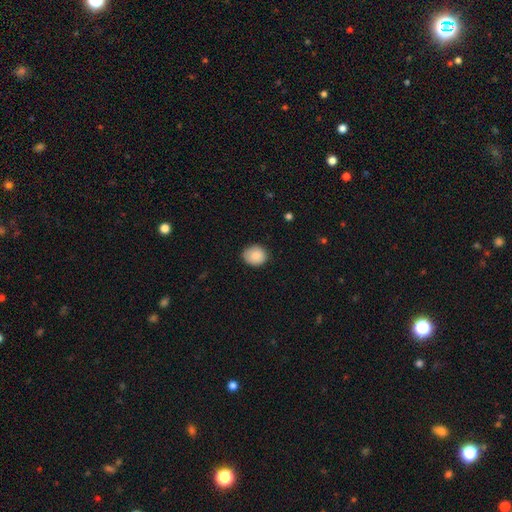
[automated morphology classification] type=smooth (88%); roundness=round (72%); merging=none (81%).